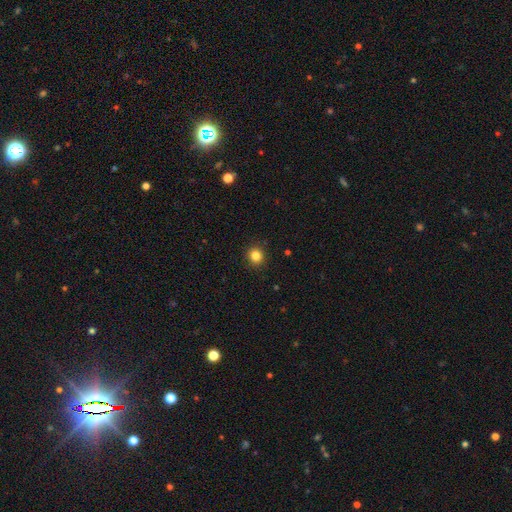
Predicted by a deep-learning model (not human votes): Smooth or featured?
  - smooth: 84% *
  - star or artifact: 12%
  - featured or disk: 4%
How rounded?
  - round: 91% *
  - in between: 8%
  - cigar-shaped: 1%
Merging?
  - none: 92% *
  - minor disturbance: 6%
  - major disturbance: 2%
  - merger: 1%